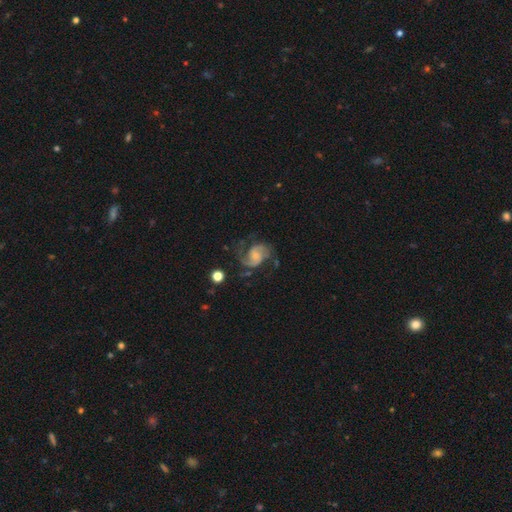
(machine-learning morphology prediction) A featured or disk galaxy (84%) with no bar (63%), 2 (81%) medium (50%) spiral arms (96%) and a small central bulge (59%).

Vote fractions:
- Smooth or featured? featured or disk: 84% / smooth: 10% / star or artifact: 6%
- Edge-on disk? no: 98% / yes: 2%
- Bar? no: 63% / weak: 31% / strong: 6%
- Spiral arms? yes: 96% / no: 4%
- Spiral winding? medium: 50% / loose: 28% / tight: 22%
- Spiral arm count? 2: 81% / 1: 7% / can't tell: 6% / 3: 4% / 4: 1% / more than 4: 1%
- Bulge size? small: 59% / moderate: 30% / none: 7% / large: 3% / dominant: 1%
- Merging? none: 55% / minor disturbance: 21% / major disturbance: 21% / merger: 3%